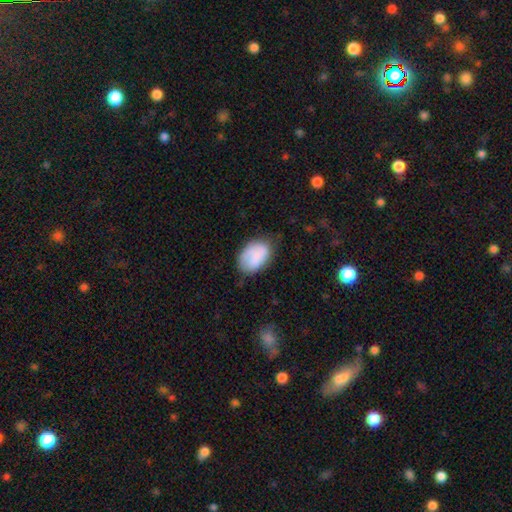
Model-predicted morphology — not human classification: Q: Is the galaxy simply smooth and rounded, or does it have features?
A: smooth — 79%.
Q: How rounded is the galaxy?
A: in between — 86%.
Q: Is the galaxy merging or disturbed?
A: none — 65%.